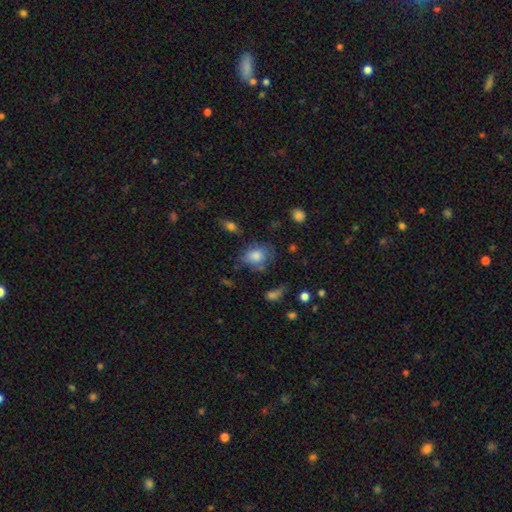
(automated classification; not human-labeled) Overall: smooth (77%). How rounded: in between (57%; round 42%). Merging: none (53%; minor disturbance 27%).